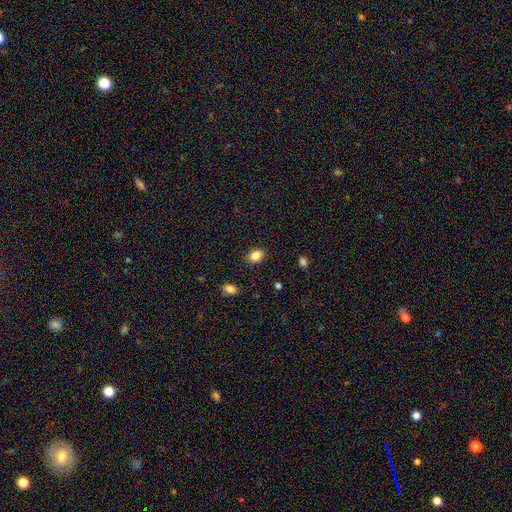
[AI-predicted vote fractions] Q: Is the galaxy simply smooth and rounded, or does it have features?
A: smooth — 83%.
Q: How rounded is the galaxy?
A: in between — 67%.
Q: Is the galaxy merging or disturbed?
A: none — 88%.